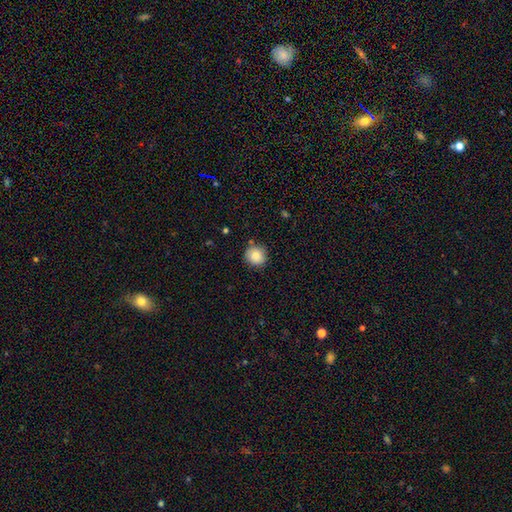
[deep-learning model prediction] A smooth galaxy with no disk features (86%) that is round (89%).

Vote fractions:
- Smooth or featured? smooth: 86% / star or artifact: 9% / featured or disk: 5%
- How rounded? round: 89% / in between: 10% / cigar-shaped: 1%
- Merging? none: 83% / minor disturbance: 12% / major disturbance: 3% / merger: 2%